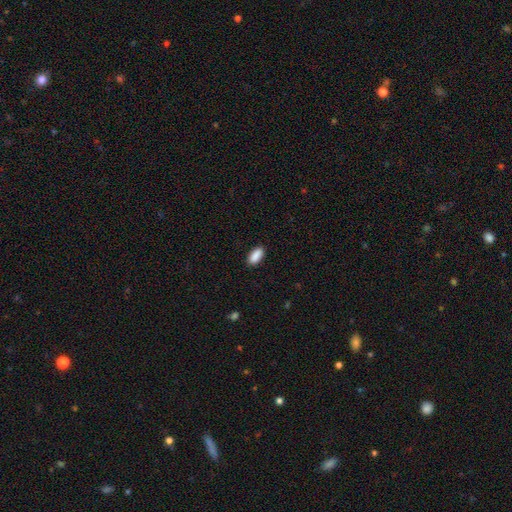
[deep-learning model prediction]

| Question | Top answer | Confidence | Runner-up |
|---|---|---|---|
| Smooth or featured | smooth | 90% | star or artifact (7%) |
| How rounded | in between | 87% | cigar-shaped (10%) |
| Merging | none | 89% | minor disturbance (8%) |